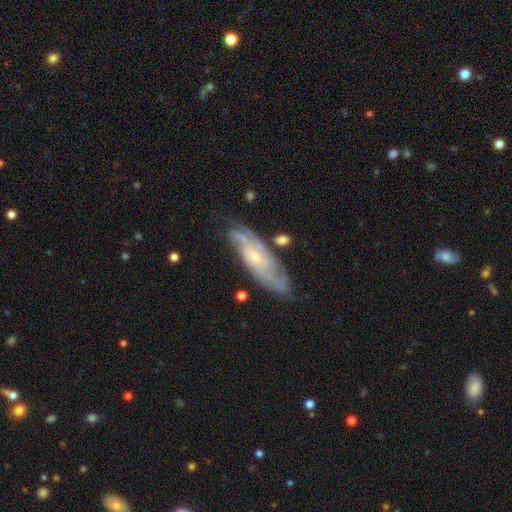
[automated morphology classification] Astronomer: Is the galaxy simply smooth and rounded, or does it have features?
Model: featured or disk — 72%.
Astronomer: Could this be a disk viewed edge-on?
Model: no — 76%.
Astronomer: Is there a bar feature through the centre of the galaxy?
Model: no — 69%.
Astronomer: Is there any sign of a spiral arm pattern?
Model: yes — 88%.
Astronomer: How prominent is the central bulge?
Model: small — 68%.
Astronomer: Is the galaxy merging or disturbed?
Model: none — 76%.